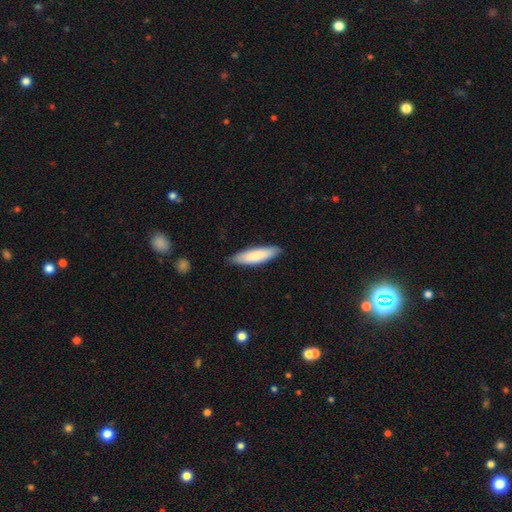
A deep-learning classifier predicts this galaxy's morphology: This appears to be a smooth galaxy with no disk features (82%) that is cigar-shaped (61%). Merging: none (84%).